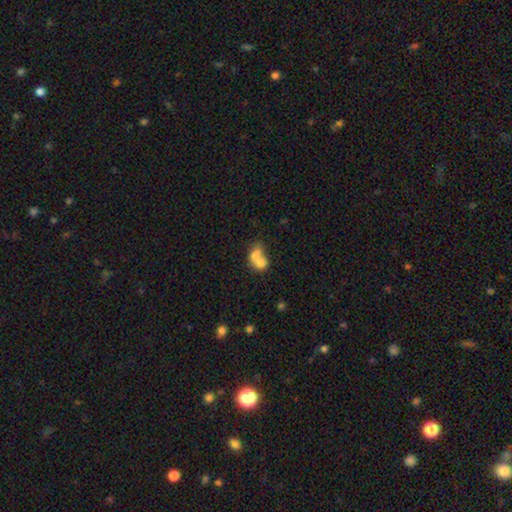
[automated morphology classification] smooth 70%, featured or disk 21%, star or artifact 9%. Down the decision tree: how rounded — in between (59%); merging — merger (75%).